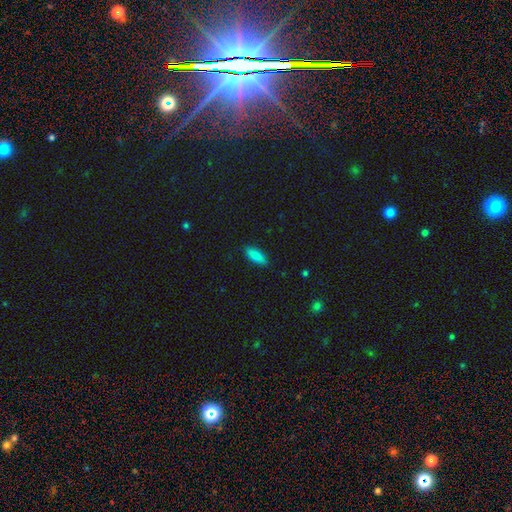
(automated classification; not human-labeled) Q: Smooth or featured?
A: smooth (84%); runner-up: featured or disk (9%)
Q: How rounded?
A: in between (66%); runner-up: cigar-shaped (32%)
Q: Merging?
A: none (86%); runner-up: minor disturbance (11%)